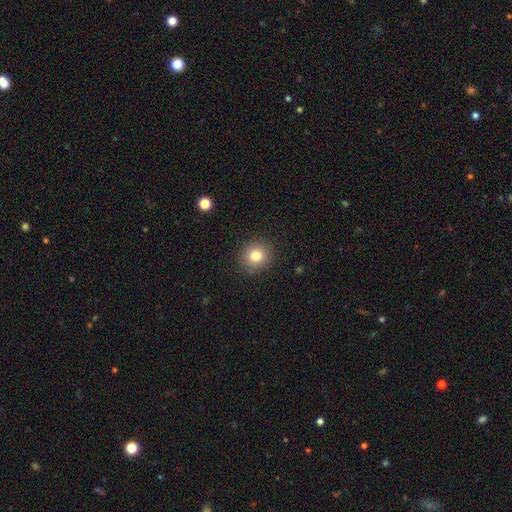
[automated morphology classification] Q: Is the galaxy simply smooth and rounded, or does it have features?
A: smooth — 79%.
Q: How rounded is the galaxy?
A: round — 88%.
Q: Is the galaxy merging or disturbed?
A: none — 89%.